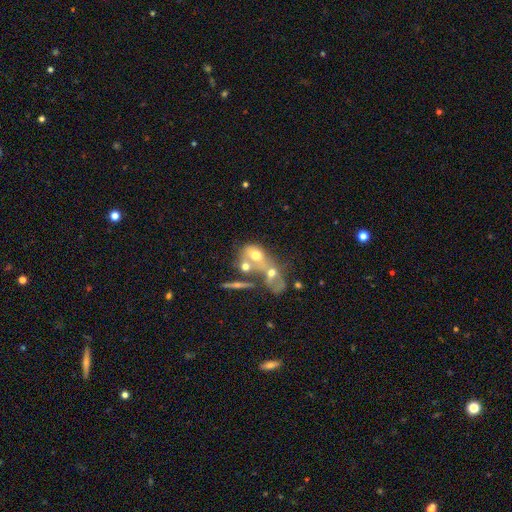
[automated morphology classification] smooth 49%, featured or disk 38%, star or artifact 13%. Down the decision tree: merging — merger (65%).